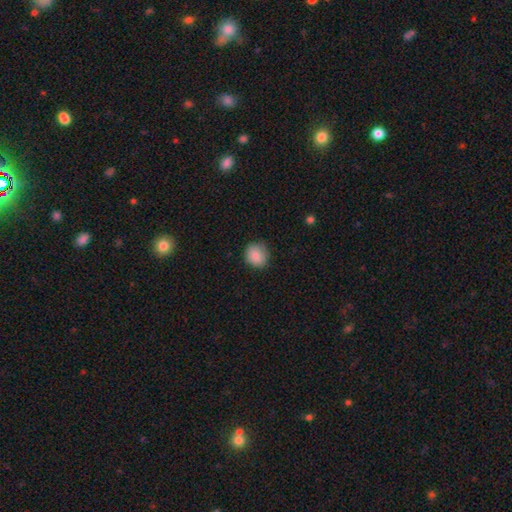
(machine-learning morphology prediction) Q: Smooth or featured?
A: smooth (87%); runner-up: star or artifact (8%)
Q: How rounded?
A: round (85%); runner-up: in between (14%)
Q: Merging?
A: none (82%); runner-up: minor disturbance (14%)